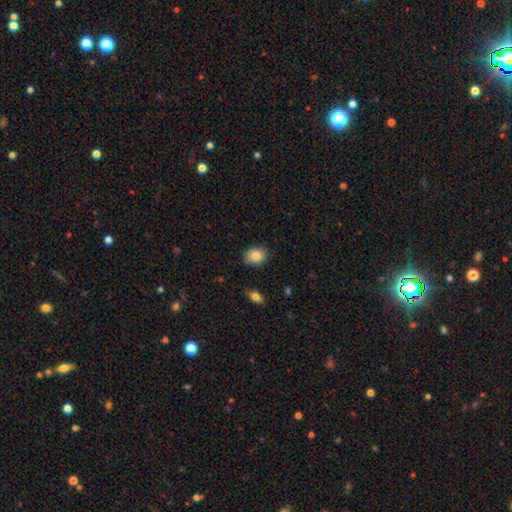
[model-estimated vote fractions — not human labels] The model was most divided on "how rounded": in between: 61%, round: 37%, cigar-shaped: 1%. More confident: smooth or featured — smooth (85%); merging — none (84%).